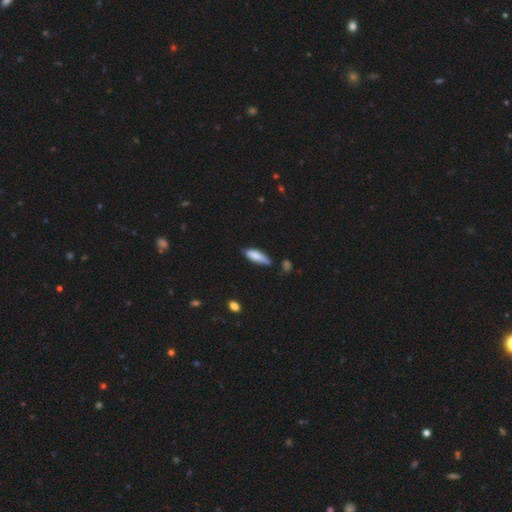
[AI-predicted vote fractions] smooth-or-featured: smooth: 79% | featured or disk: 15% | star or artifact: 7%
  how-rounded: in between: 50% | cigar-shaped: 48% | round: 2%
  merging: none: 54% | minor disturbance: 35% | major disturbance: 7% | merger: 4%